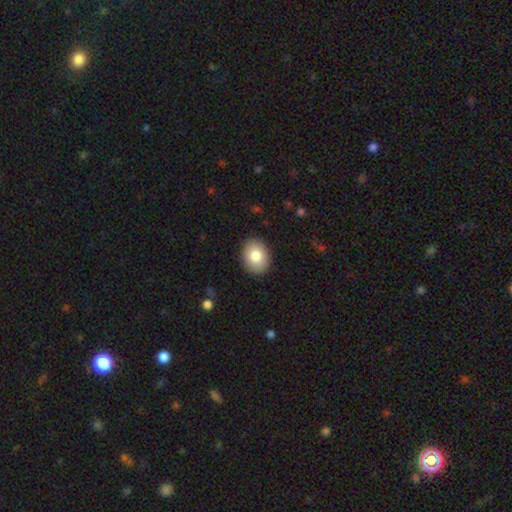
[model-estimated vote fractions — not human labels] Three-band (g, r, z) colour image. It shows a smooth galaxy with no disk features (82%) that is in between round and cigar-shaped (62%). Merging: none (90%).